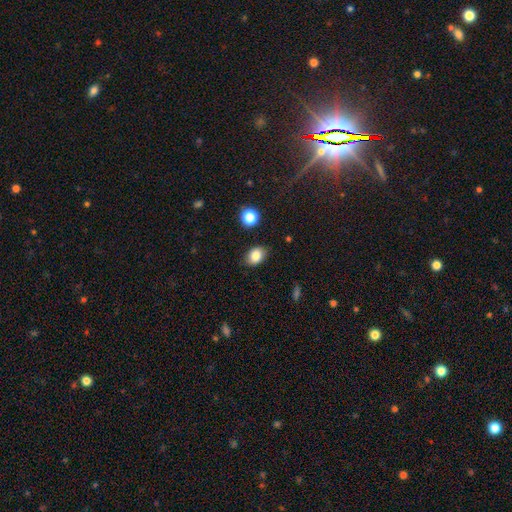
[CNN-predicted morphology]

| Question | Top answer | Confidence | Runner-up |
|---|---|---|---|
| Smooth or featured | smooth | 83% | star or artifact (10%) |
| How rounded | in between | 69% | round (30%) |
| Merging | none | 84% | minor disturbance (12%) |